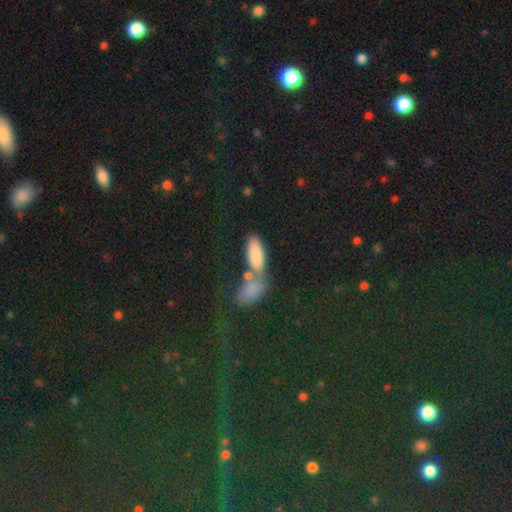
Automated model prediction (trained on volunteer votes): Smooth or featured? Predicted: smooth (p=0.84). How rounded? Predicted: in between (p=0.76). Merging? Predicted: none (p=0.44).